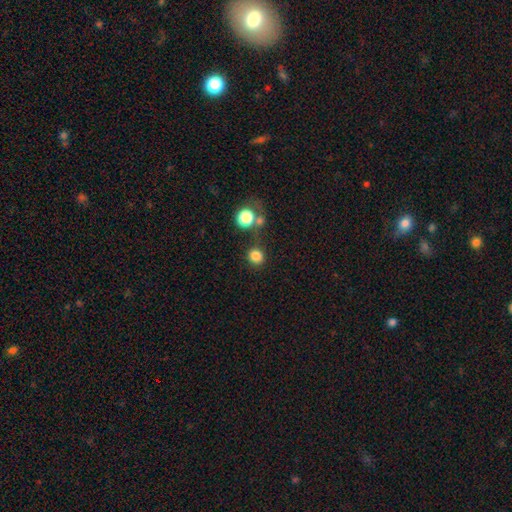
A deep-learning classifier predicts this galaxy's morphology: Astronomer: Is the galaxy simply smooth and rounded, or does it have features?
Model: smooth — 82%.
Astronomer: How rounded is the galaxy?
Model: round — 88%.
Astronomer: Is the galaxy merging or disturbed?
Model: none — 73%.